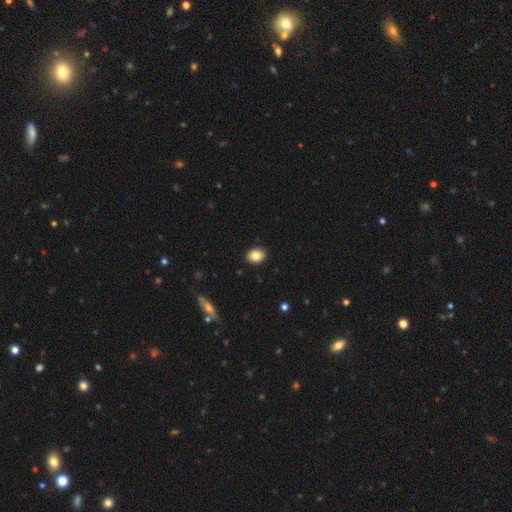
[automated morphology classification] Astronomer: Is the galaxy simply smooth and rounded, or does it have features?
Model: smooth — 84%.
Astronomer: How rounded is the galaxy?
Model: in between — 61% (runner-up: round, 38%).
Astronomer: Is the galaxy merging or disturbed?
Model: none — 90%.